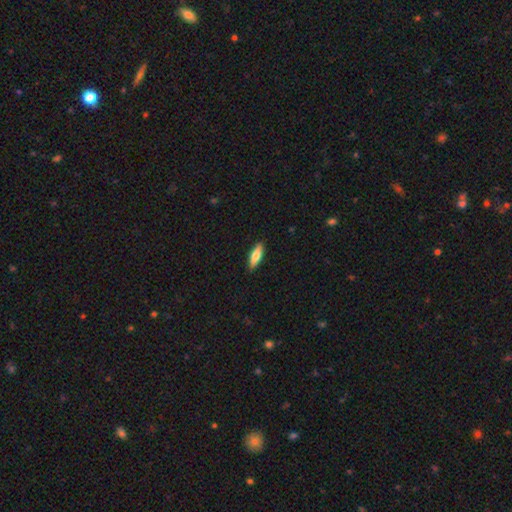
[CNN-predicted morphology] A smooth galaxy with no disk features (68%) that is cigar-shaped (53%).

Vote fractions:
- Smooth or featured? smooth: 68% / featured or disk: 26% / star or artifact: 6%
- How rounded? cigar-shaped: 53% / in between: 45% / round: 2%
- Merging? none: 89% / minor disturbance: 8% / major disturbance: 2% / merger: 1%